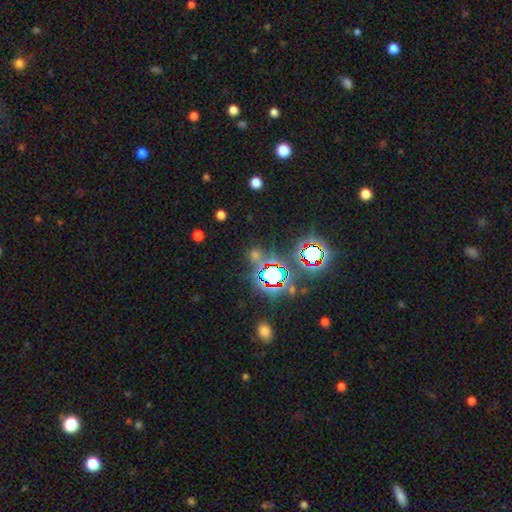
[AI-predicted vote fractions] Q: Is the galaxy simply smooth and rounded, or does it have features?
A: star or artifact — 60%.